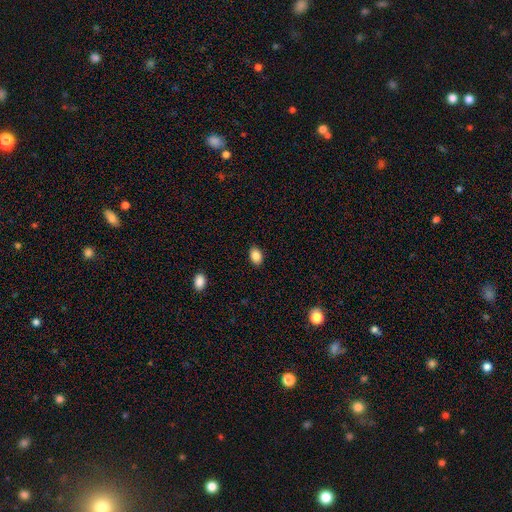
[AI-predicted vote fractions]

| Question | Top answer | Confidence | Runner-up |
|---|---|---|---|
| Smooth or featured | smooth | 87% | star or artifact (9%) |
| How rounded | in between | 81% | round (17%) |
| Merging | none | 89% | minor disturbance (8%) |